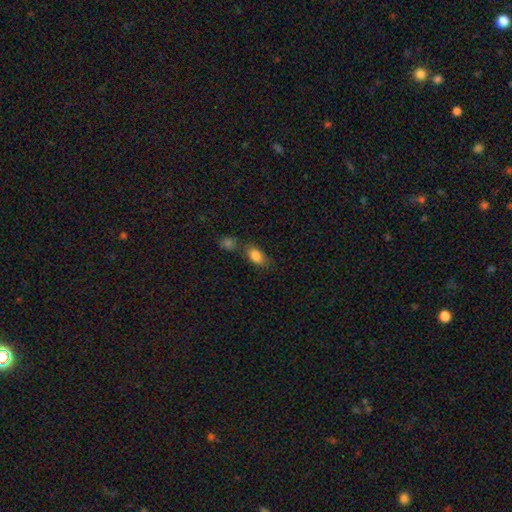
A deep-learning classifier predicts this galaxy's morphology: Overall: smooth (84%). How rounded: in between (88%). Merging: none (61%).